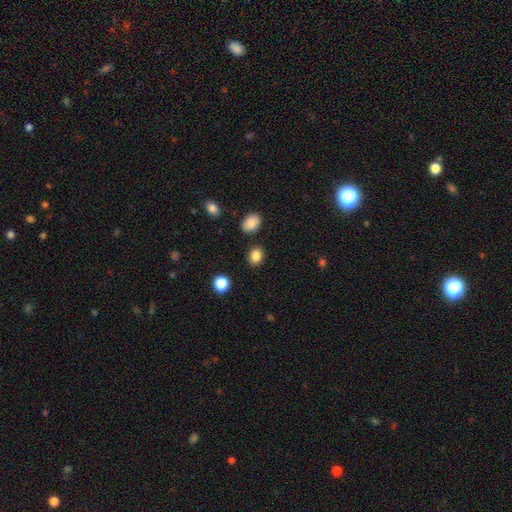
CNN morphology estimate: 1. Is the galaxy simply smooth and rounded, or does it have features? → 85% smooth, 10% star or artifact, 5% featured or disk.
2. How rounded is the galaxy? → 50% in between, 49% round, 1% cigar-shaped.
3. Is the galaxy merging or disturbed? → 86% none, 8% minor disturbance, 3% merger, 2% major disturbance.